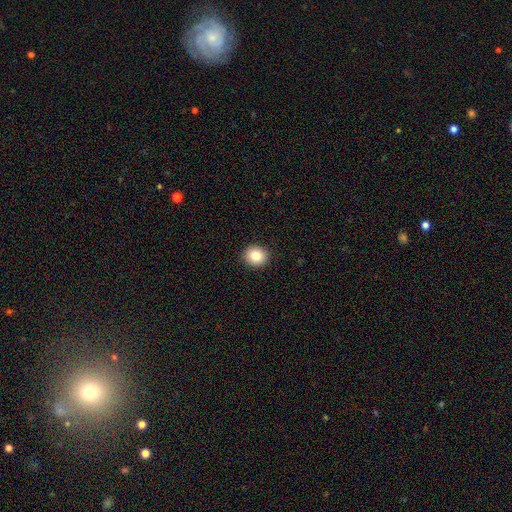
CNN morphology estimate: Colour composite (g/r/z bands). It shows a smooth galaxy with no disk features (82%) that is round (80%). Merging: none (92%).